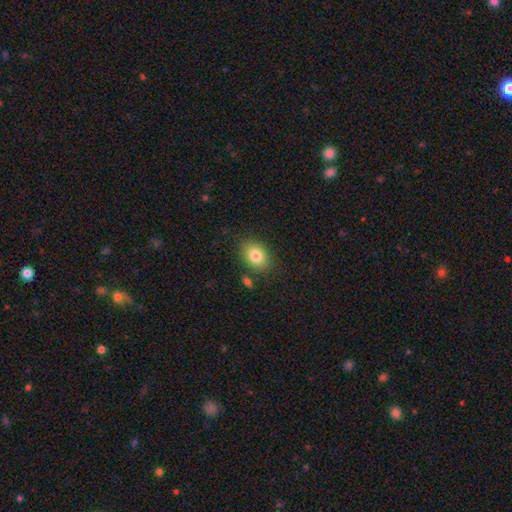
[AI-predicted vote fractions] Overall: smooth (82%). How rounded: in between (74%). Merging: none (82%).